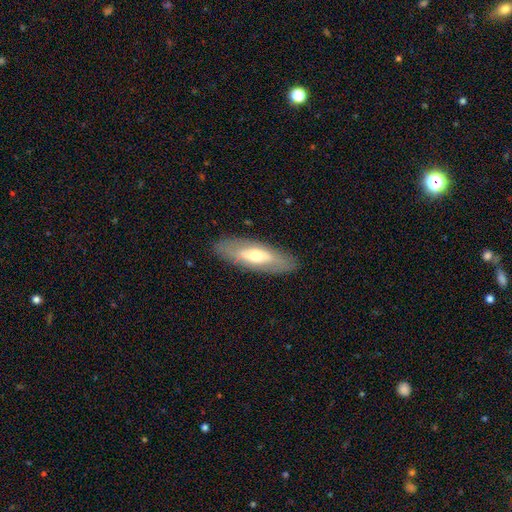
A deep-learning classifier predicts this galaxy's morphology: This appears to be a featured or disk galaxy (50%). Merging: none (85%).